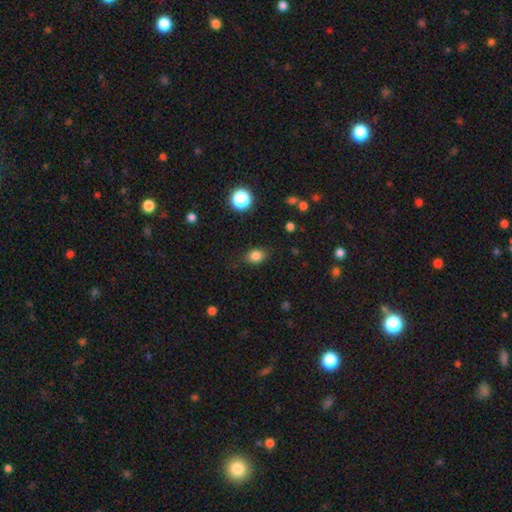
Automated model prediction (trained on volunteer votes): A smooth galaxy with no disk features (83%) that is in between round and cigar-shaped (56%).

Vote fractions:
- Smooth or featured? smooth: 83% / star or artifact: 12% / featured or disk: 6%
- How rounded? in between: 56% / round: 42% / cigar-shaped: 1%
- Merging? none: 81% / minor disturbance: 14% / major disturbance: 4% / merger: 1%